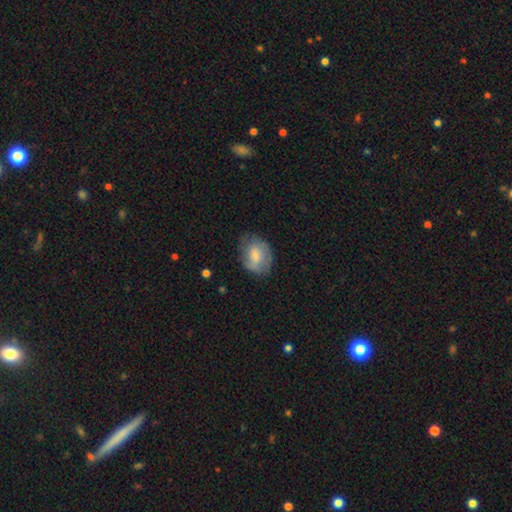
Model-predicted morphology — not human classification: Smooth or featured? smooth (59%)
How rounded? in between (63%)
Merging? none (61%)